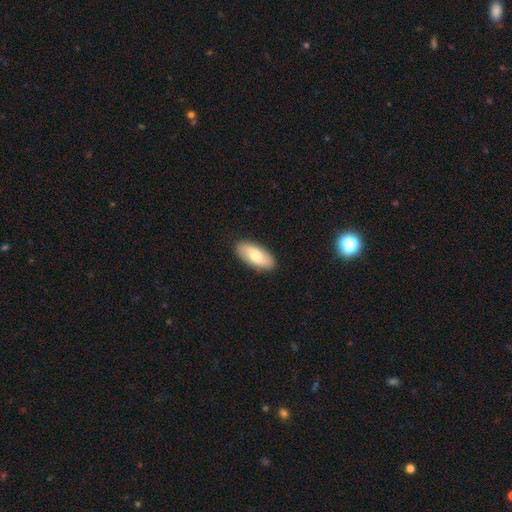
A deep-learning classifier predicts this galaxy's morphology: Smooth or featured: smooth — 69% (featured or disk — 26%)
How rounded: in between — 88% (cigar-shaped — 10%)
Merging: none — 89% (minor disturbance — 8%)